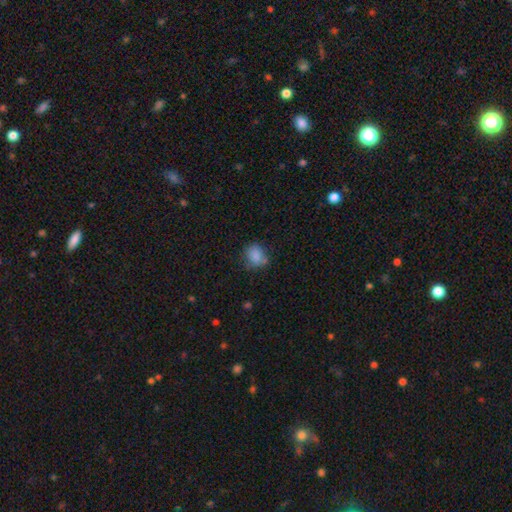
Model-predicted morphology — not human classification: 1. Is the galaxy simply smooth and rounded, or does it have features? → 83% smooth, 10% star or artifact, 8% featured or disk.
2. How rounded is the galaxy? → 50% round, 49% in between, 1% cigar-shaped.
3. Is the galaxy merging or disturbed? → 62% none, 27% minor disturbance, 8% major disturbance, 3% merger.